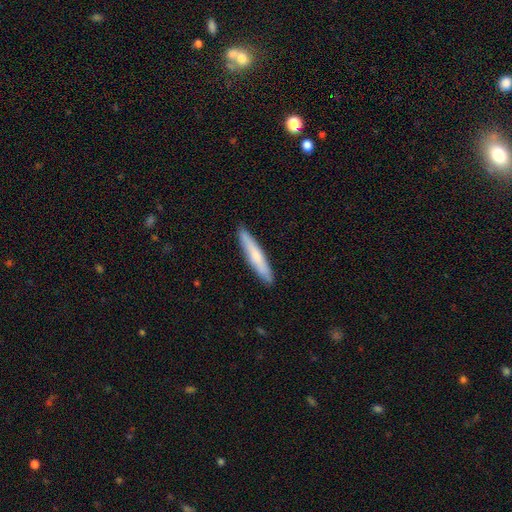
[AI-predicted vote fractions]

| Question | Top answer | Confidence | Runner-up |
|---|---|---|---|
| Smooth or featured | smooth | 68% | featured or disk (27%) |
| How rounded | cigar-shaped | 93% | in between (6%) |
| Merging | none | 91% | minor disturbance (7%) |